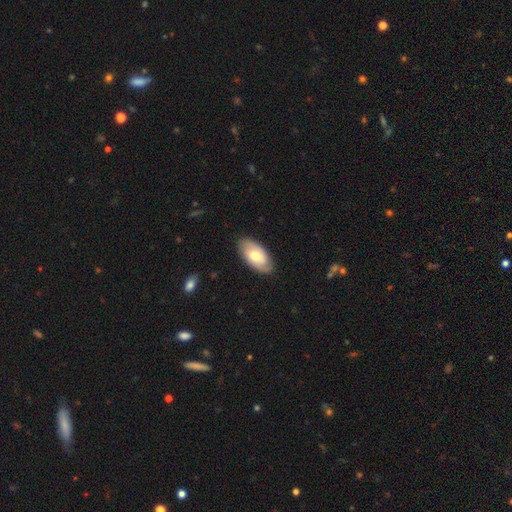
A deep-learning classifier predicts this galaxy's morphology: smooth-or-featured: smooth: 48% | featured or disk: 46% | star or artifact: 5%
  merging: none: 85% | minor disturbance: 12% | major disturbance: 3% | merger: 1%